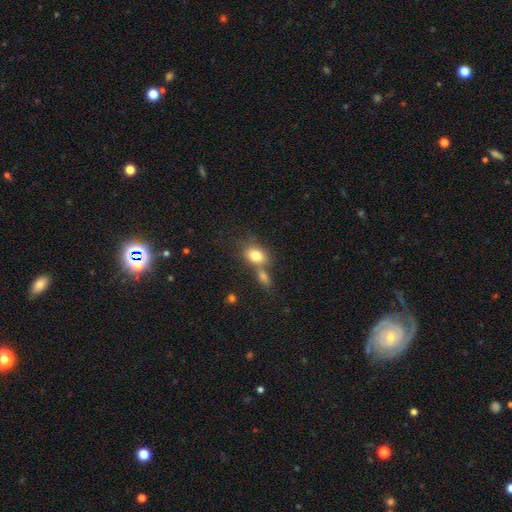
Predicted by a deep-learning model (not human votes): This appears to be a smooth galaxy with no disk features (81%) that is in between round and cigar-shaped (71%). Merging: none (44%).